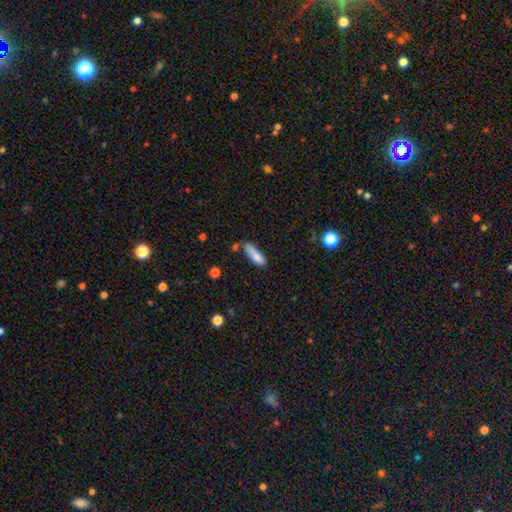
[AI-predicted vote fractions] smooth-or-featured: smooth: 81% | featured or disk: 11% | star or artifact: 8%
  how-rounded: cigar-shaped: 52% | in between: 46% | round: 2%
  merging: none: 56% | minor disturbance: 28% | merger: 9% | major disturbance: 7%